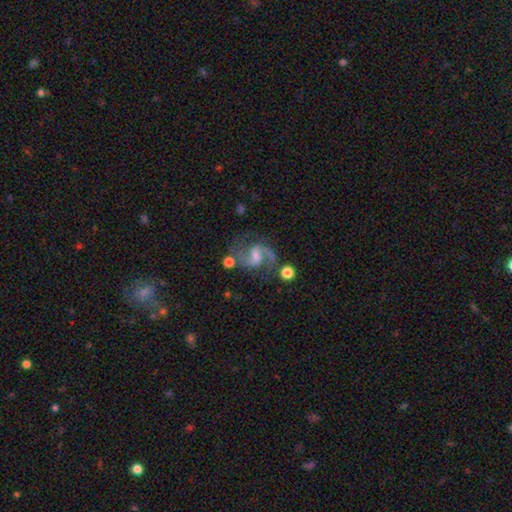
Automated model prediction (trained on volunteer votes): The model was most divided on "bulge size": small: 44%, moderate: 34%, none: 17%, large: 4%, dominant: 1%. More confident: edge-on disk — no (98%); spiral arms — yes (97%); spiral arm count — 2 (92%); smooth or featured — featured or disk (87%); merging — none (69%); spiral winding — medium (55%); bar — weak (53%).